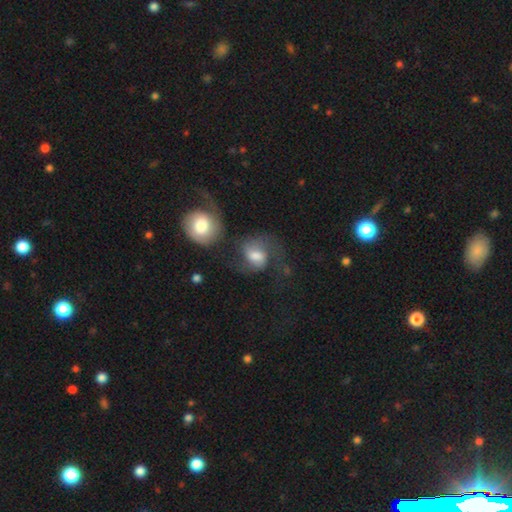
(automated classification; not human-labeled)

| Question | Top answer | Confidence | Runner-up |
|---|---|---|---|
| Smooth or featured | featured or disk | 54% | smooth (37%) |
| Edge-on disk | no | 97% | yes (3%) |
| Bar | weak | 48% | no (38%) |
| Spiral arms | yes | 85% | no (15%) |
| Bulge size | moderate | 53% | large (26%) |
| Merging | none | 36% | major disturbance (30%) |